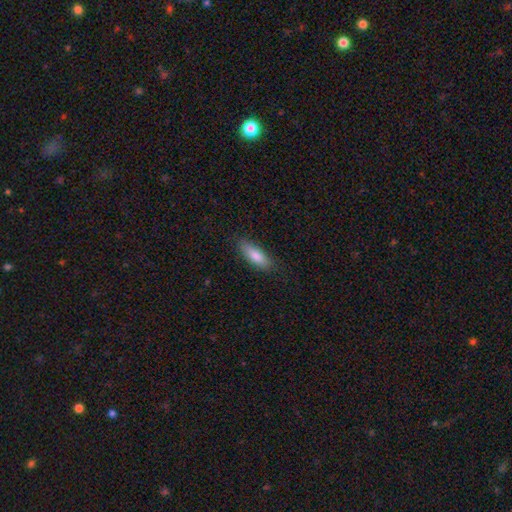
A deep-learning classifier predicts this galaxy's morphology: Smooth or featured?
  - smooth: 81% *
  - featured or disk: 13%
  - star or artifact: 6%
How rounded?
  - in between: 55% *
  - cigar-shaped: 43%
  - round: 2%
Merging?
  - none: 84% *
  - minor disturbance: 13%
  - major disturbance: 3%
  - merger: 1%